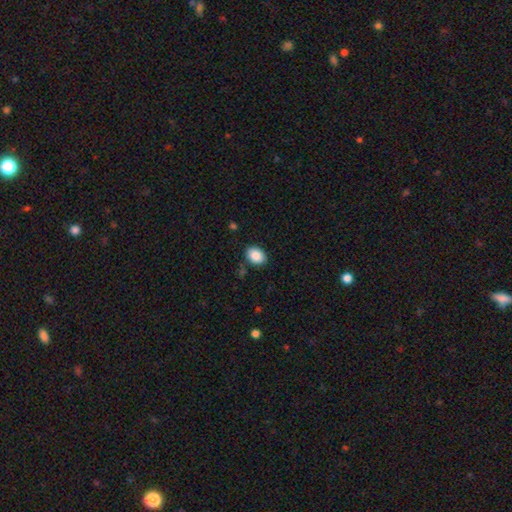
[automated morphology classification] Smooth or featured: smooth — 88% (star or artifact — 8%)
How rounded: in between — 71% (round — 28%)
Merging: none — 85% (minor disturbance — 10%)